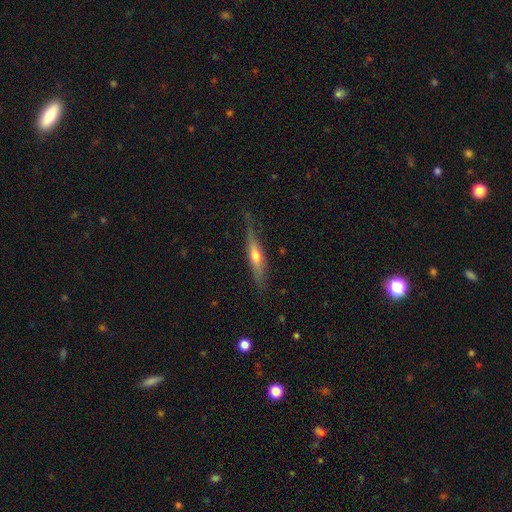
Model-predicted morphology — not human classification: The model was most divided on "smooth or featured": featured or disk: 53%, smooth: 41%, star or artifact: 6%. More confident: edge-on disk — yes (89%); merging — none (75%).